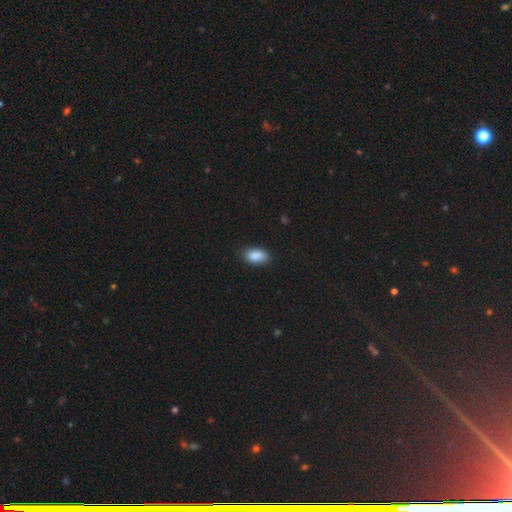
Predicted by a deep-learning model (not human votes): Smooth or featured?
  - smooth: 89% *
  - star or artifact: 7%
  - featured or disk: 4%
How rounded?
  - in between: 92% *
  - round: 6%
  - cigar-shaped: 3%
Merging?
  - none: 81% *
  - minor disturbance: 15%
  - major disturbance: 3%
  - merger: 1%